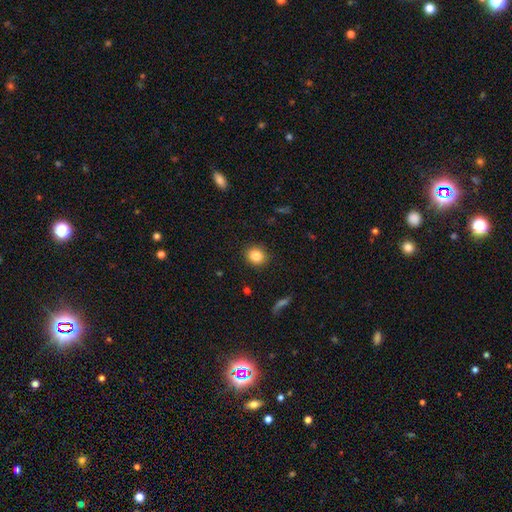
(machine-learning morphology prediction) Smooth or featured? Predicted: smooth (p=0.85). How rounded? Predicted: round (p=0.73). Merging? Predicted: none (p=0.89).